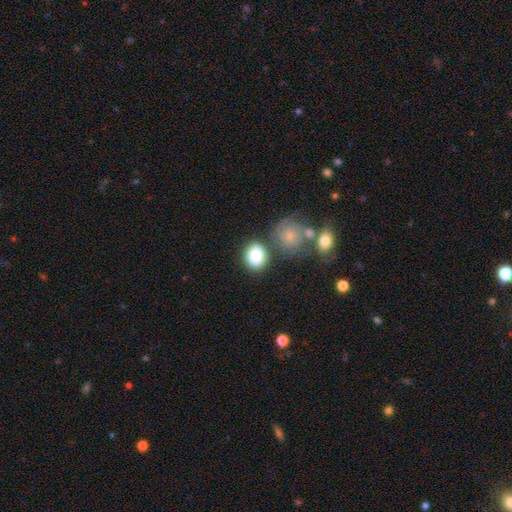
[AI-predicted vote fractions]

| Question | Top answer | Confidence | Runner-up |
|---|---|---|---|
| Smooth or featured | smooth | 83% | featured or disk (10%) |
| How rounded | in between | 51% | round (48%) |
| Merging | none | 67% | minor disturbance (14%) |